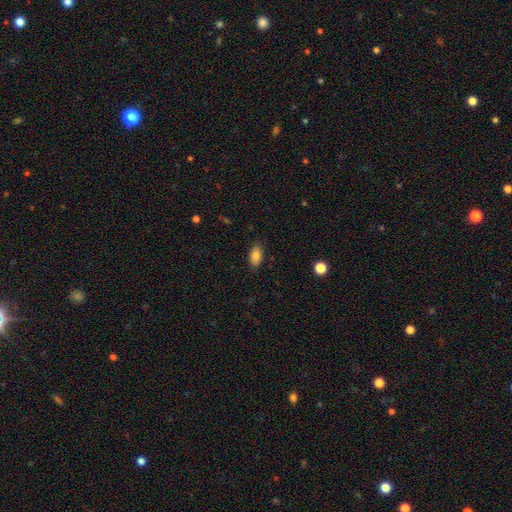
This is clearly a smooth galaxy (82%). How rounded: clearly in between (100%). Merging: clearly none (81%).